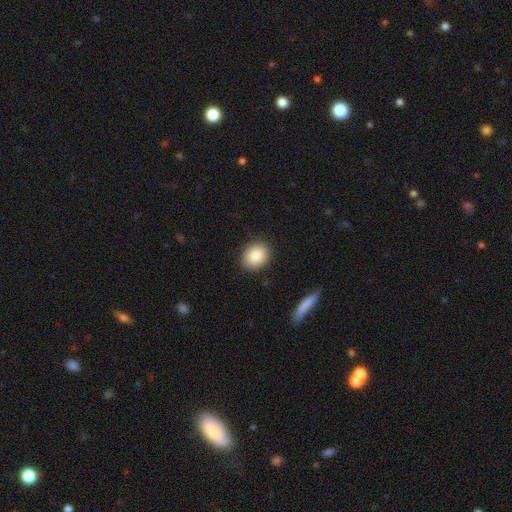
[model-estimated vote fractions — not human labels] A smooth galaxy with no disk features (86%) that is round (59%).

Vote fractions:
- Smooth or featured? smooth: 86% / star or artifact: 8% / featured or disk: 7%
- How rounded? round: 59% / in between: 40% / cigar-shaped: 1%
- Merging? none: 89% / minor disturbance: 8% / major disturbance: 2% / merger: 1%